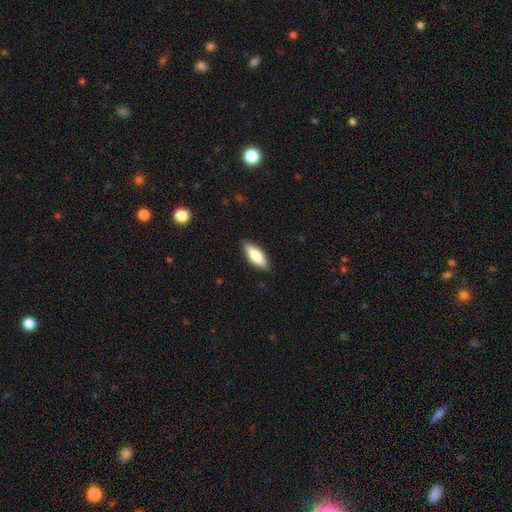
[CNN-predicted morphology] Smooth or featured? Predicted: smooth (p=0.69). How rounded? Predicted: in between (p=0.61). Merging? Predicted: none (p=0.87).